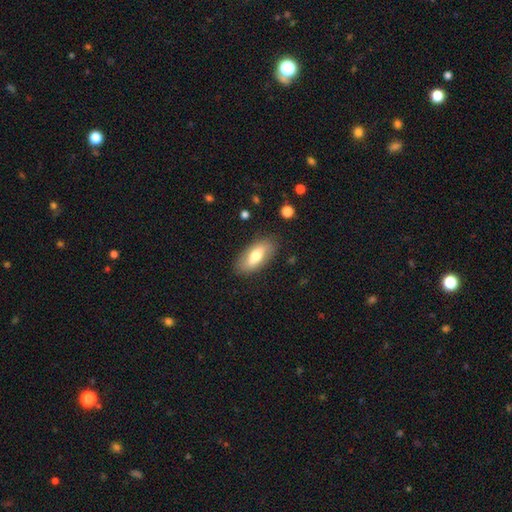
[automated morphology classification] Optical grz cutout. It shows a smooth galaxy with no disk features (65%) that is in between round and cigar-shaped (85%). Merging: none (83%).